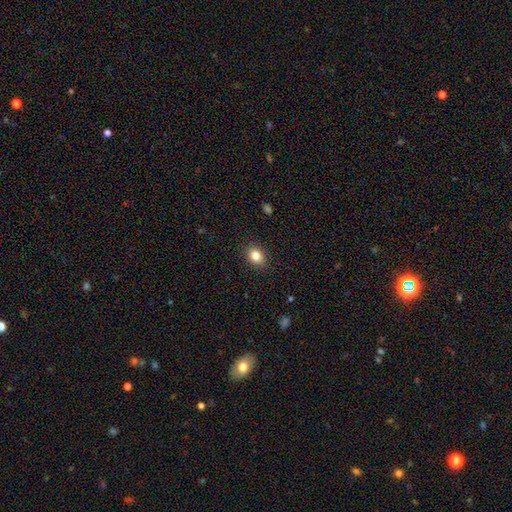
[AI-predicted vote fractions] This is clearly a smooth galaxy (84%). How rounded: likely in between (61%). Merging: clearly none (89%).